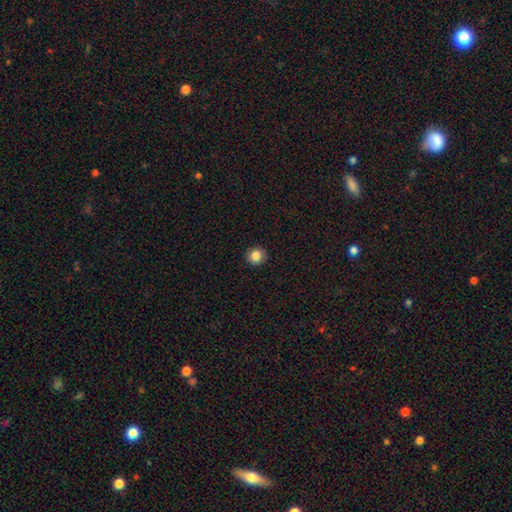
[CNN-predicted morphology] Overall: smooth (85%). How rounded: round (92%). Merging: none (92%).